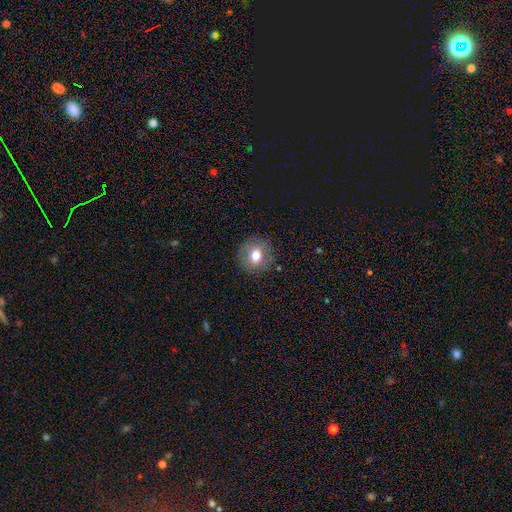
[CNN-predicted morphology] A smooth galaxy with no disk features (68%) that is round (83%).

Vote fractions:
- Smooth or featured? smooth: 68% / featured or disk: 22% / star or artifact: 10%
- How rounded? round: 83% / in between: 16% / cigar-shaped: 1%
- Merging? none: 83% / minor disturbance: 11% / major disturbance: 4% / merger: 1%